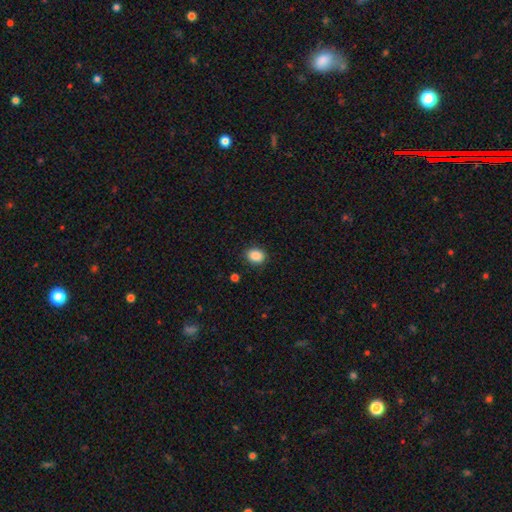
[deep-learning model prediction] Smooth or featured? smooth (88%)
How rounded? in between (60%)
Merging? none (86%)